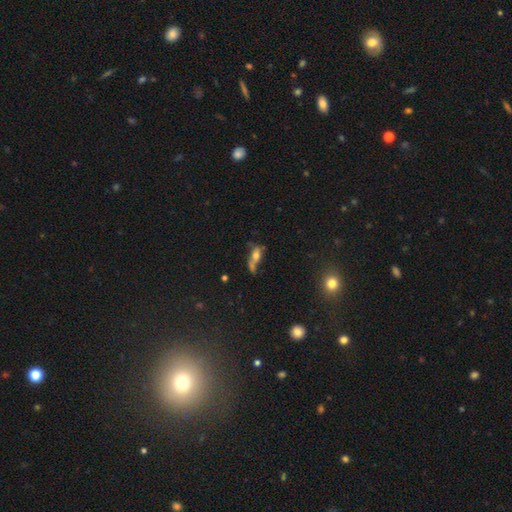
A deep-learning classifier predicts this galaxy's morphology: This appears to be a smooth galaxy with no disk features (49%). Merging: none (31%).